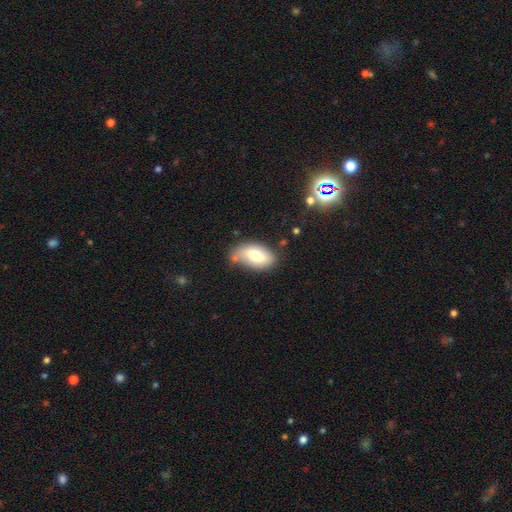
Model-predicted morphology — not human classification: This appears to be a smooth galaxy with no disk features (73%) that is in between round and cigar-shaped (93%). Merging: none (61%).